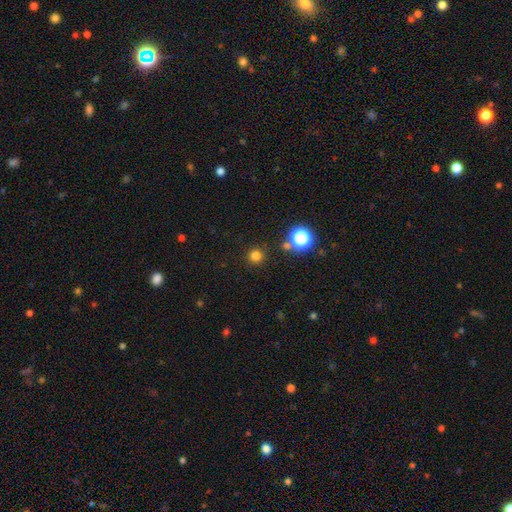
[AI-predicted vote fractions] smooth-or-featured: smooth: 76% | star or artifact: 19% | featured or disk: 5%
  how-rounded: round: 95% | in between: 4% | cigar-shaped: 1%
  merging: none: 87% | minor disturbance: 6% | merger: 4% | major disturbance: 3%